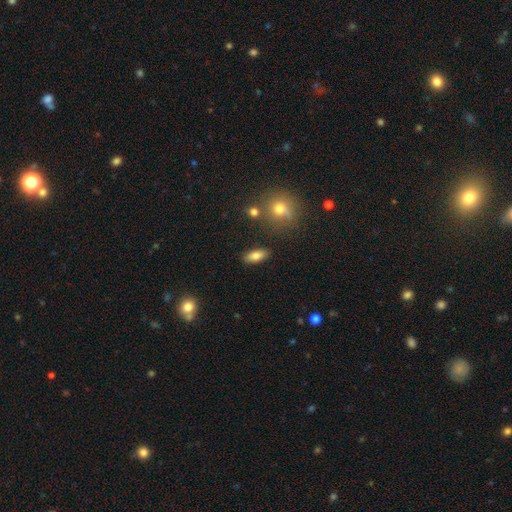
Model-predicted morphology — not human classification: Smooth or featured? Predicted: smooth (p=0.81). How rounded? Predicted: in between (p=0.82). Merging? Predicted: none (p=0.85).